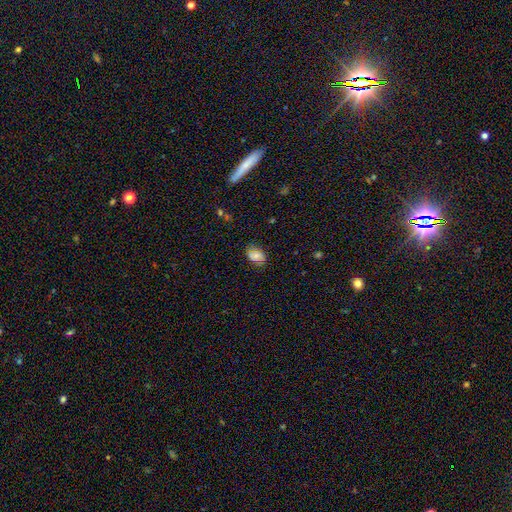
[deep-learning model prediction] Q: Smooth or featured?
A: smooth (51%); runner-up: featured or disk (38%)
Q: How rounded?
A: in between (77%); runner-up: round (21%)
Q: Merging?
A: none (76%); runner-up: minor disturbance (18%)